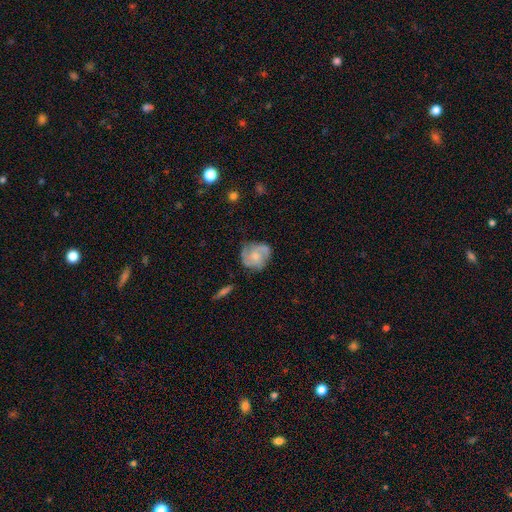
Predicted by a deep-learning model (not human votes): Smooth or featured? featured or disk (72%)
Edge-on disk? no (98%)
Bar? no (69%)
Spiral arms? yes (94%)
Spiral winding? medium (46%)
Spiral arm count? 2 (38%, tied with 3)
Bulge size? small (41%)
Merging? none (72%)